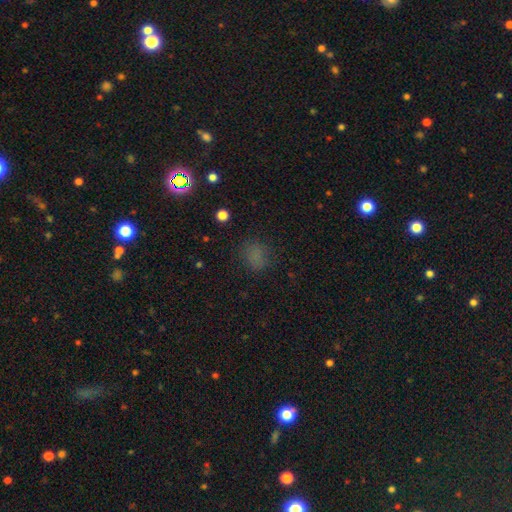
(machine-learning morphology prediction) smooth_or_featured: smooth (p=0.69) [alt: star or artifact p=0.24]
how_rounded: round (p=0.57) [alt: in between p=0.41]
merging: none (p=0.76) [alt: minor disturbance p=0.15]